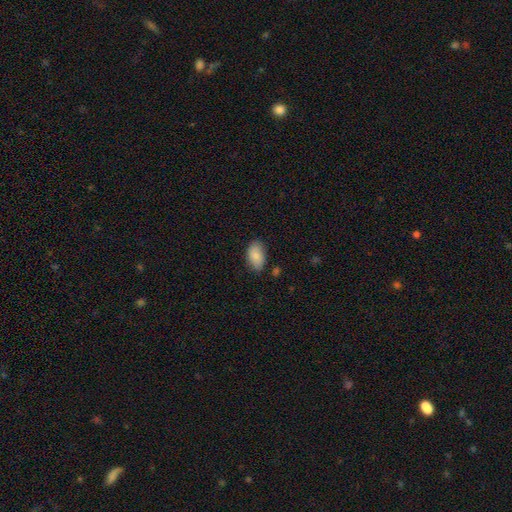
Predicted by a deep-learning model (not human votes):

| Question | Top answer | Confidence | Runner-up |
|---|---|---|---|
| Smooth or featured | smooth | 86% | featured or disk (8%) |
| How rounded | in between | 94% | round (4%) |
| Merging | none | 78% | minor disturbance (17%) |